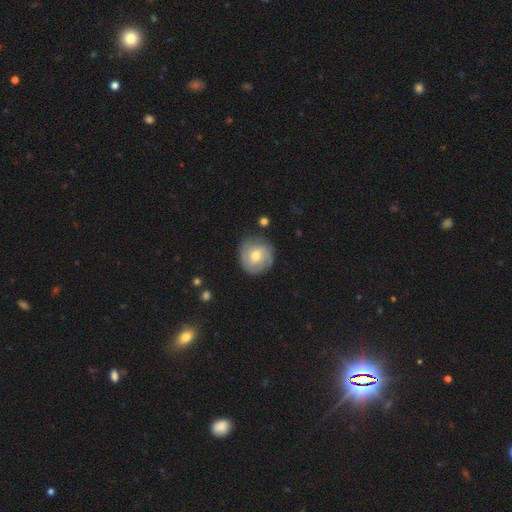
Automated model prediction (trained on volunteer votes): The model was most divided on "spiral arm count": can't tell: 29%, 2: 28%, 3: 27%, 4: 7%, 1: 5%, more than 4: 4%. More confident: edge-on disk — no (97%); spiral arms — yes (87%); merging — none (79%); smooth or featured — featured or disk (63%); bulge size — moderate (62%); bar — no (56%); spiral winding — tight (53%).